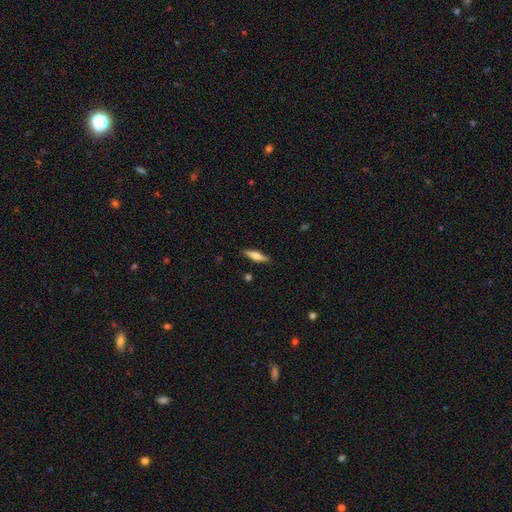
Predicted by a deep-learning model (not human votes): Q: Smooth or featured?
A: smooth (58%); runner-up: featured or disk (36%)
Q: How rounded?
A: cigar-shaped (67%); runner-up: in between (31%)
Q: Merging?
A: none (87%); runner-up: minor disturbance (10%)